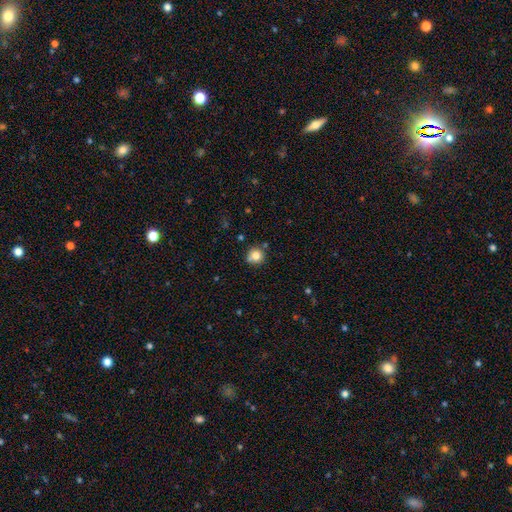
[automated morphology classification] This is clearly a smooth galaxy (81%). How rounded: clearly round (92%). Merging: likely none (78%).